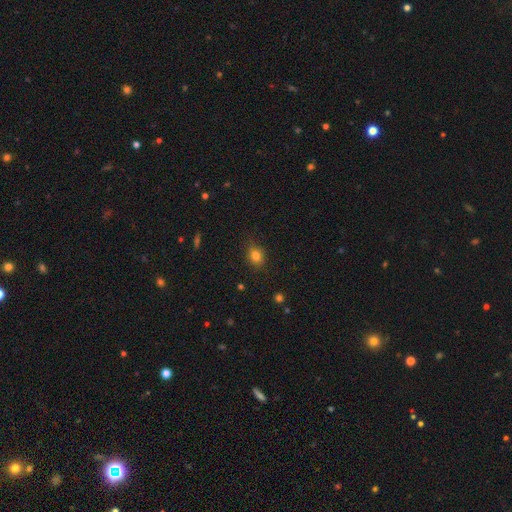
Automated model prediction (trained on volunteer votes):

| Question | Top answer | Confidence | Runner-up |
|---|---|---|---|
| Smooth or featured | smooth | 80% | star or artifact (13%) |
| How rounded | round | 58% | in between (41%) |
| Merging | none | 80% | minor disturbance (16%) |